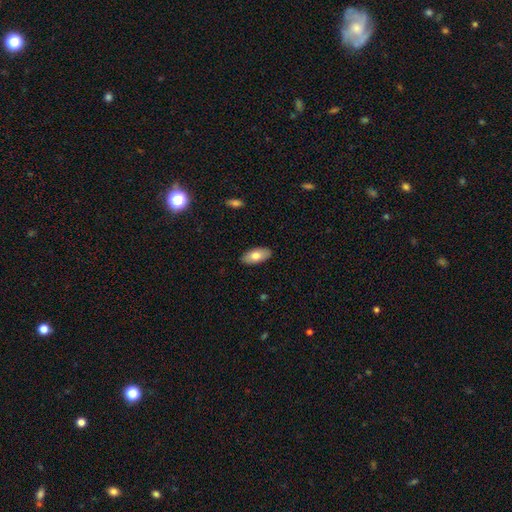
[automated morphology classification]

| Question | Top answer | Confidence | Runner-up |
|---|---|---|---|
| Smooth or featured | smooth | 76% | featured or disk (18%) |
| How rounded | in between | 92% | cigar-shaped (6%) |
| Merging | none | 89% | minor disturbance (8%) |